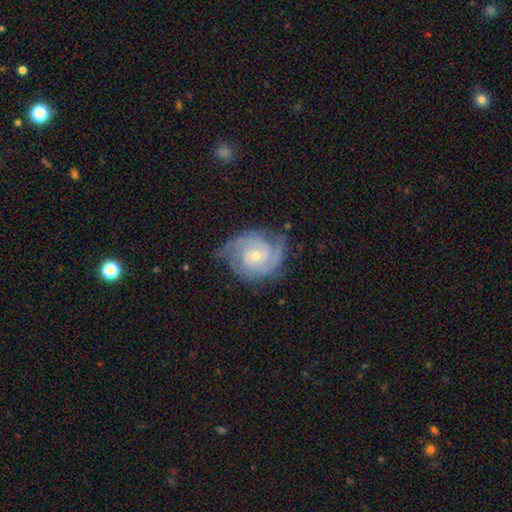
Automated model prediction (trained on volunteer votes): Overall: featured or disk (89%). Edge-on disk: no (98%). Bar: no (68%). Spiral arms: yes (98%). Spiral arm count: 2 (45%; 3 28%). Spiral winding: tight (64%; medium 31%). Bulge size: small (62%; moderate 35%). Merging: none (74%).